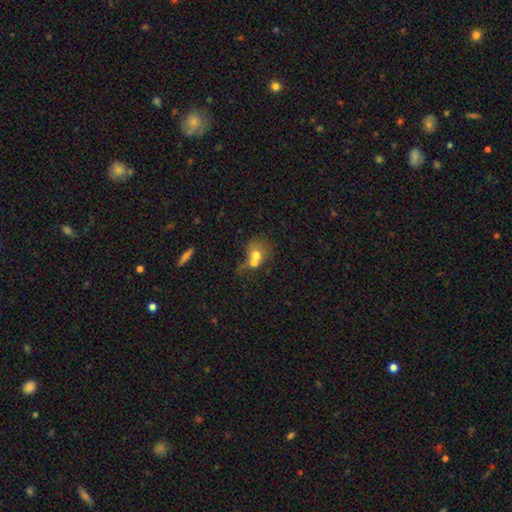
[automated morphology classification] This is likely a smooth galaxy (67%). How rounded: likely round (67%). Merging: likely merger (67%).